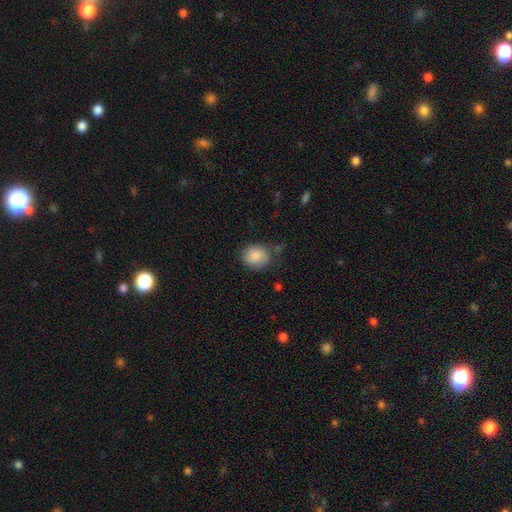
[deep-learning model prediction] This appears to be a smooth galaxy with no disk features (84%) that is round (71%). Merging: none (67%).